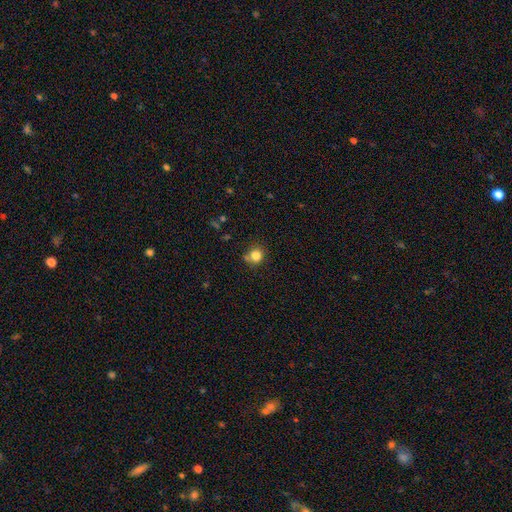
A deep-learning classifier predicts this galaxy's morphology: Smooth or featured? smooth (82%)
How rounded? round (83%)
Merging? none (73%)